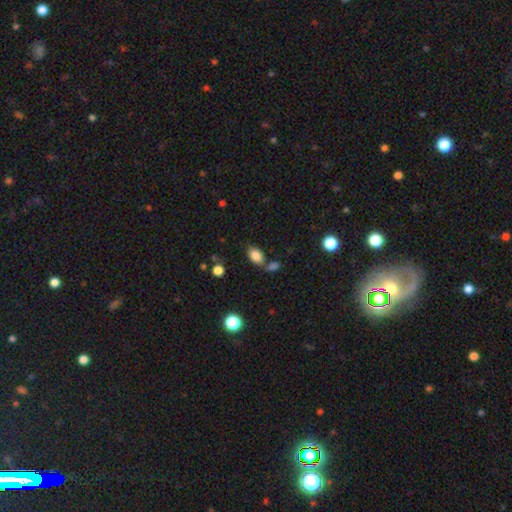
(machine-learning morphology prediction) This is clearly a smooth galaxy (83%). How rounded: clearly in between (85%). Merging: likely none (63%).